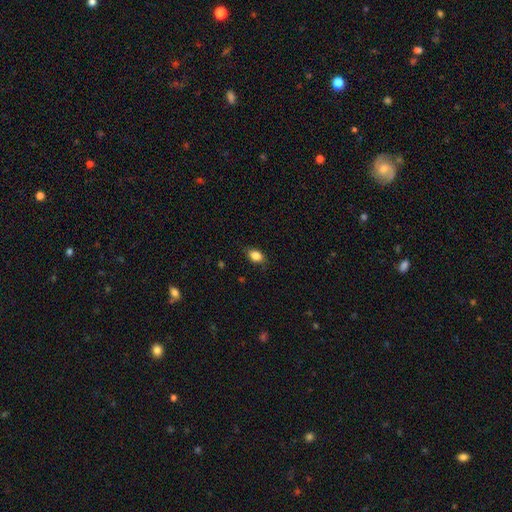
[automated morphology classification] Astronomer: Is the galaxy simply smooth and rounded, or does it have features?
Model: smooth — 85%.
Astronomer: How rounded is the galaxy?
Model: in between — 79%.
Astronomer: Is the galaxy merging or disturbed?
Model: none — 80%.